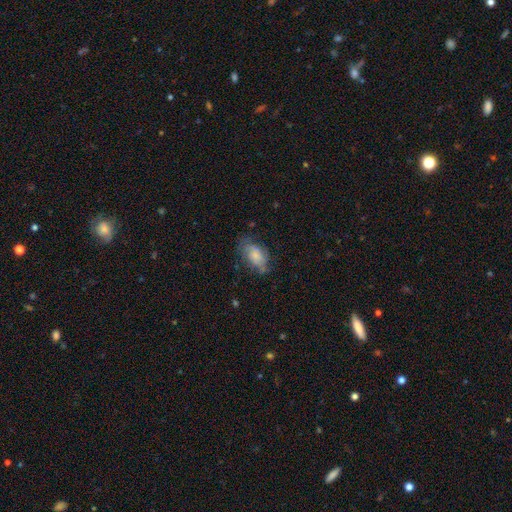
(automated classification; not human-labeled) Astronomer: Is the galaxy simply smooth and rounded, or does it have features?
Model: smooth — 64%.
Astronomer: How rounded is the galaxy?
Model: in between — 89%.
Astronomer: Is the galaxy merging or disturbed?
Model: none — 53% (runner-up: minor disturbance, 30%).